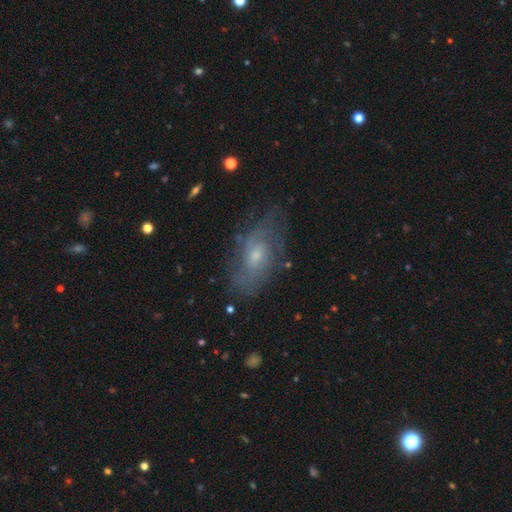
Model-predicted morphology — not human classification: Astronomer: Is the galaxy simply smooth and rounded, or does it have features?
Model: featured or disk — 67%.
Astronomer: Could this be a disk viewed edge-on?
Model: no — 92%.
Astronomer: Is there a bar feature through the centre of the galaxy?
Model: no — 65%.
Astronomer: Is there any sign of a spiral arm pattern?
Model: yes — 81%.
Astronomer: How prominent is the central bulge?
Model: small — 49% (runner-up: moderate, 43%).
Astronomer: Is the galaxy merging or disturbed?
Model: none — 69%.